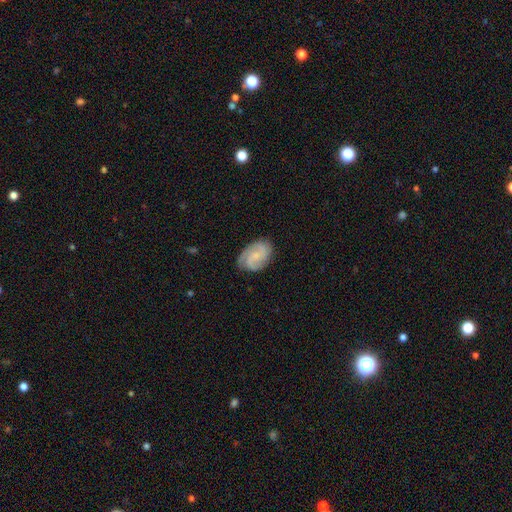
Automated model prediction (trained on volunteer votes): Morphology: type=featured or disk (75%); edge-on=no (98%); bar=no (62%); spiral arms=yes (96%); winding=medium (45%); arm count=2 (43%); bulge=small (64%); merging=none (77%).